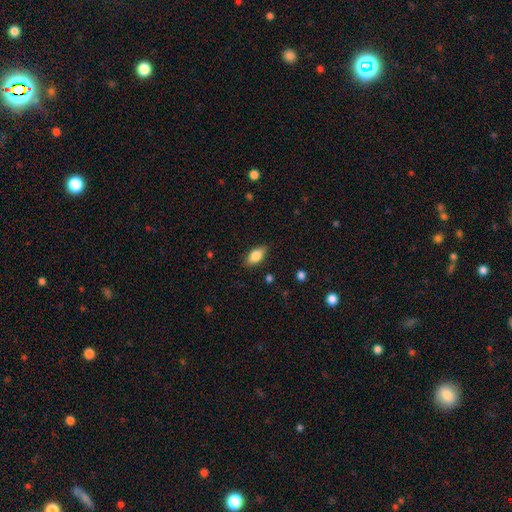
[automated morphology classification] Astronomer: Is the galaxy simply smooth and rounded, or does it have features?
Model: smooth — 81%.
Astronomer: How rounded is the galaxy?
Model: in between — 88%.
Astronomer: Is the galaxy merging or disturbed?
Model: none — 84%.